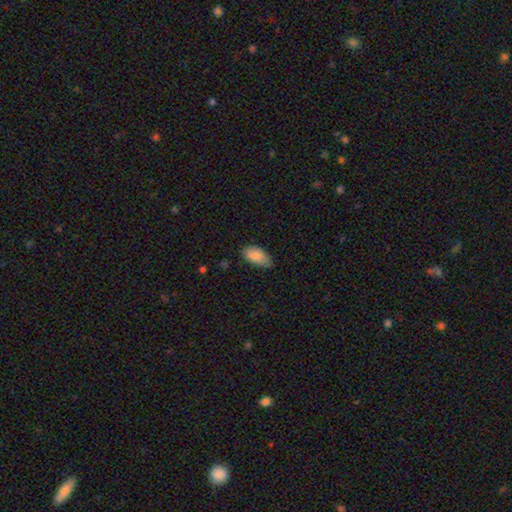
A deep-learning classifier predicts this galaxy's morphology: The model was most divided on "merging": none: 63%, minor disturbance: 31%, major disturbance: 5%, merger: 1%. More confident: how rounded — in between (94%); smooth or featured — smooth (85%).